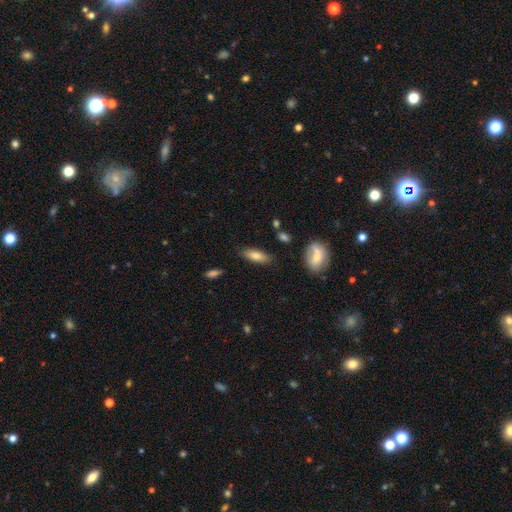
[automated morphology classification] This appears to be a smooth galaxy with no disk features (79%) that is in between round and cigar-shaped (67%). Merging: none (82%).